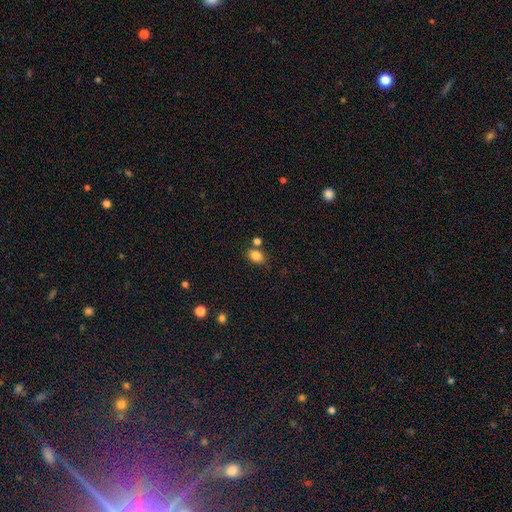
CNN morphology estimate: Overall: smooth (84%). How rounded: in between (73%). Merging: none (68%).